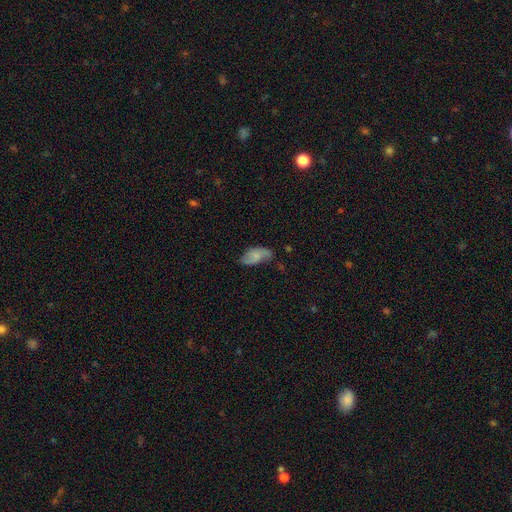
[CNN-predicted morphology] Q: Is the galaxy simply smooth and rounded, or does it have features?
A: smooth — 61%.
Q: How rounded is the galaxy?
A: in between — 93%.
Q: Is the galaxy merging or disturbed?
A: none — 50%.